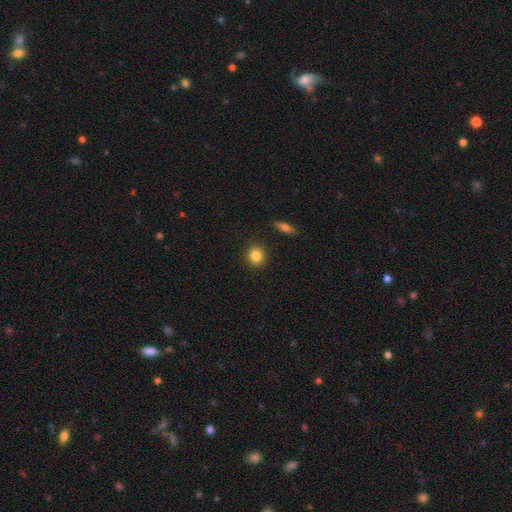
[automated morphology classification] This is clearly a smooth galaxy (84%). How rounded: likely round (76%). Merging: clearly none (90%).